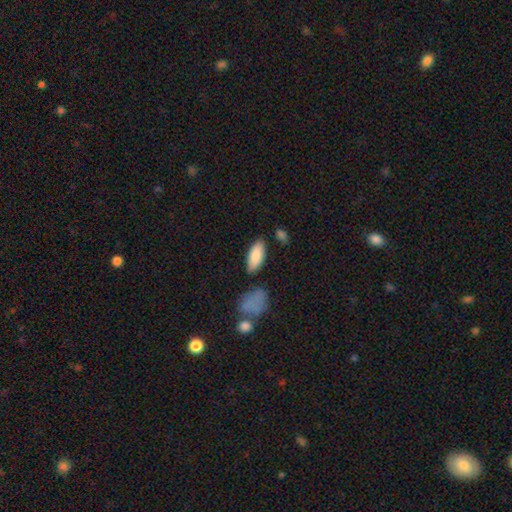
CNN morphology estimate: Smooth or featured?
  - smooth: 85% *
  - featured or disk: 9%
  - star or artifact: 6%
How rounded?
  - in between: 81% *
  - cigar-shaped: 17%
  - round: 2%
Merging?
  - none: 78% *
  - minor disturbance: 13%
  - merger: 5%
  - major disturbance: 4%